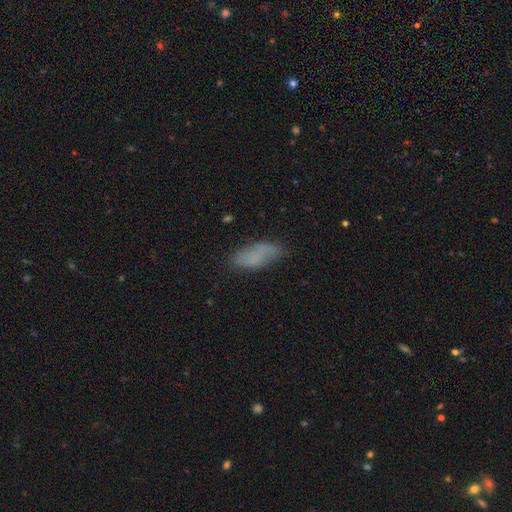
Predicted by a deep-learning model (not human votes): This appears to be a smooth galaxy with no disk features (70%) that is in between round and cigar-shaped (82%). Merging: none (66%).